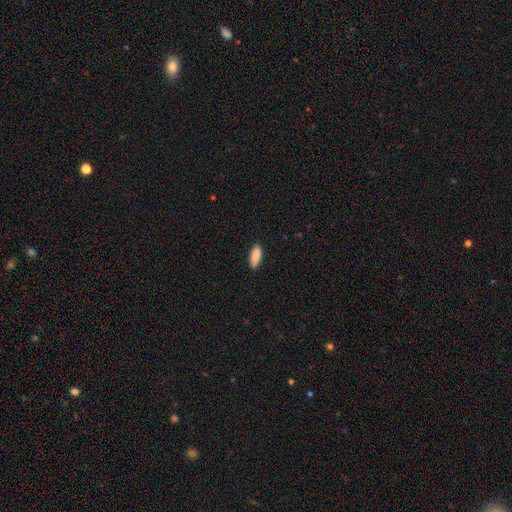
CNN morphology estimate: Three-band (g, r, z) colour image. It shows a smooth galaxy with no disk features (88%) that is in between round and cigar-shaped (71%). Merging: none (88%).